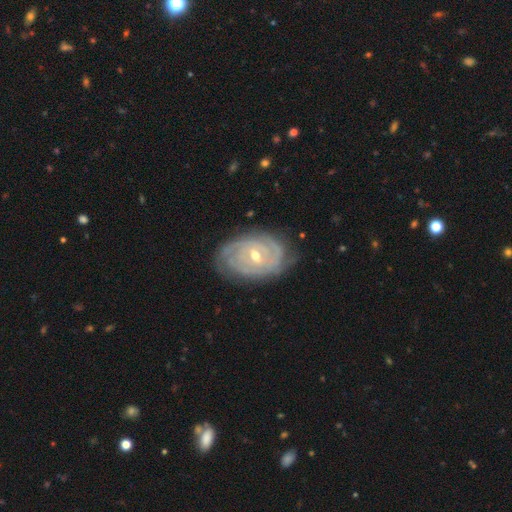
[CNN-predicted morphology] This is clearly a featured or disk galaxy (87%). It is clearly not viewed edge-on (96%). Bar: possibly weak (46%). Spiral arm pattern: clearly yes (96%). Spiral arm count: marginally can't tell (33%). Spiral winding: clearly tight (81%). Central bulge: possibly moderate (54%). Merging: likely none (77%).